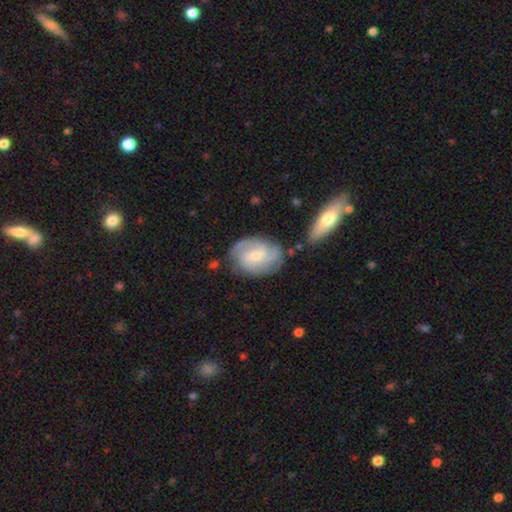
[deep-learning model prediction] smooth-or-featured: featured or disk: 81% | smooth: 13% | star or artifact: 5%
  disk-edge-on: no: 97% | yes: 3%
    bar: weak: 47% | no: 41% | strong: 12%
    has-spiral-arms: yes: 96% | no: 4%
      spiral-winding: tight: 44% | medium: 43% | loose: 13%
      spiral-arm-count: 2: 36% | 3: 33% | can't tell: 17% | 4: 6% | 1: 4% | more than 4: 4%
    bulge-size: small: 64% | moderate: 31% | none: 2% | large: 2% | dominant: 1%
  merging: none: 69% | minor disturbance: 19% | major disturbance: 7% | merger: 5%